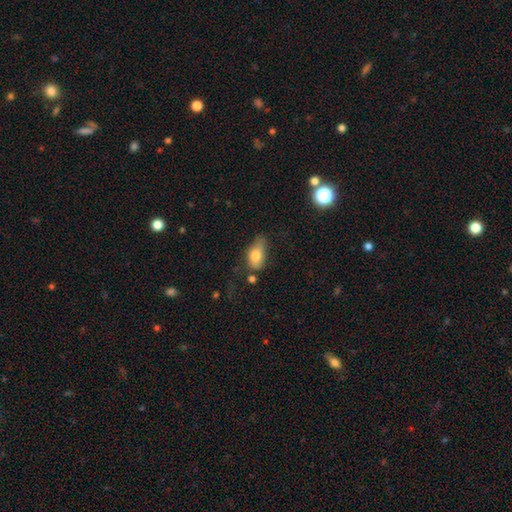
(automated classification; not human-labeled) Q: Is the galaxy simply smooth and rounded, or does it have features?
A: smooth — 76%.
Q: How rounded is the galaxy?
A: in between — 88%.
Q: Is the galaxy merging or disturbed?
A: none — 40%.